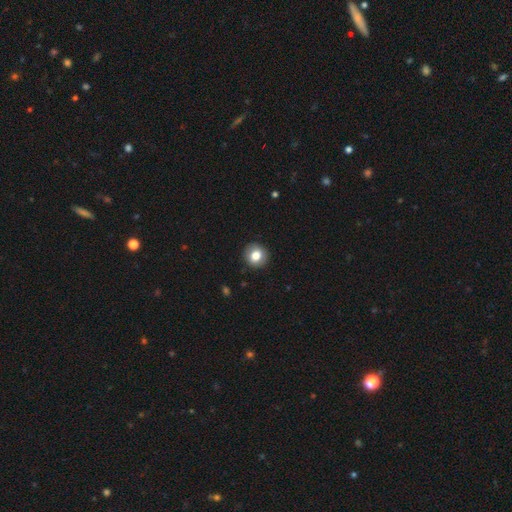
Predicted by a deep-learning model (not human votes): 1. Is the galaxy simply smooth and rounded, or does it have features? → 80% smooth, 11% featured or disk, 9% star or artifact.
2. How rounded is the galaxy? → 87% round, 12% in between, 1% cigar-shaped.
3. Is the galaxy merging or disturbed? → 90% none, 7% minor disturbance, 2% major disturbance, 1% merger.